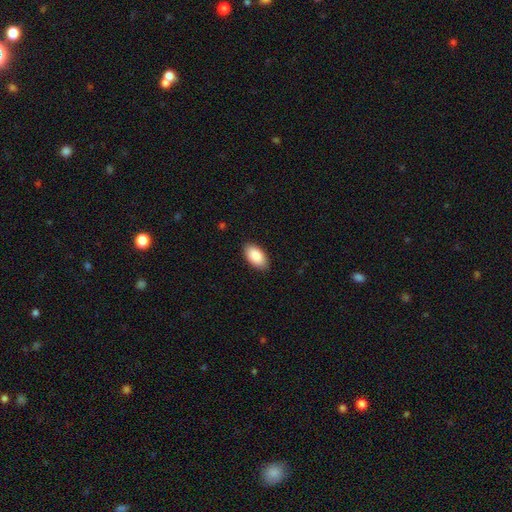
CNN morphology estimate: type=smooth (88%); roundness=in between (95%); merging=none (87%).